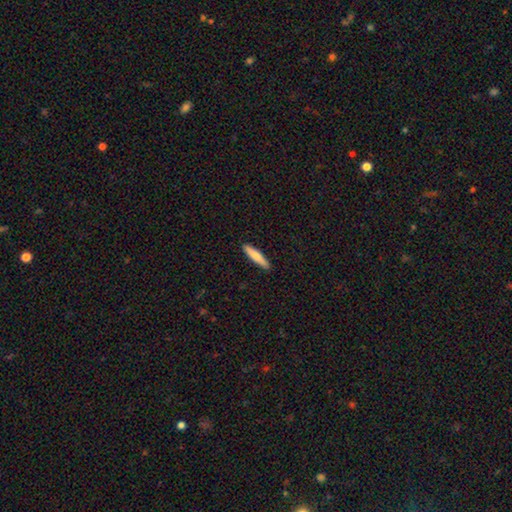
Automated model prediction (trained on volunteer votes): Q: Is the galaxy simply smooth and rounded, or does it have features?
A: smooth — 74%.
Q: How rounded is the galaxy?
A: cigar-shaped — 88%.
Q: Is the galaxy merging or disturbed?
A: none — 92%.